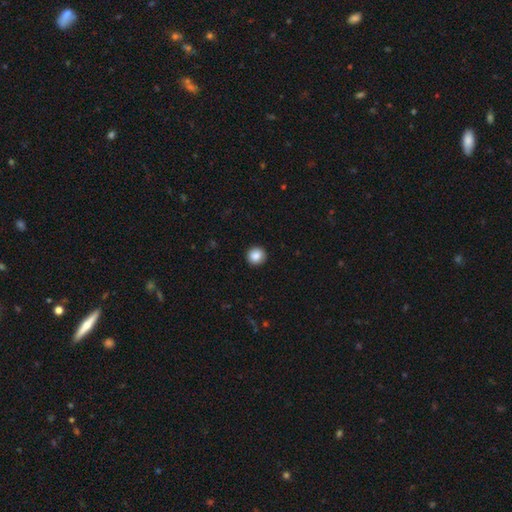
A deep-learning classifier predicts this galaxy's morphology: The model was most divided on "smooth or featured": smooth: 87%, star or artifact: 9%, featured or disk: 4%. More confident: how rounded — round (94%); merging — none (92%).